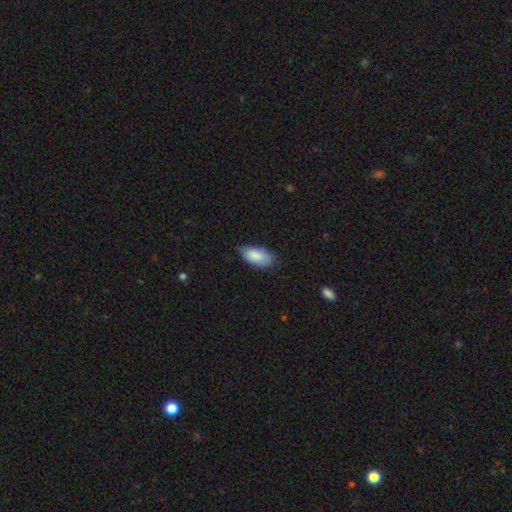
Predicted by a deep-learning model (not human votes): Morphology: type=smooth (85%); roundness=in between (93%); merging=none (65%).